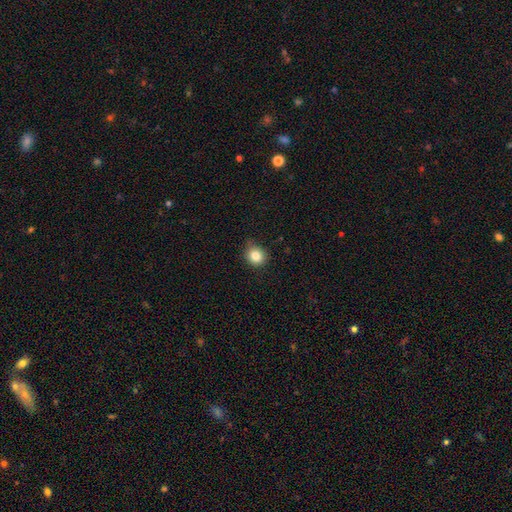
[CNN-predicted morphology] This is clearly a smooth galaxy (84%). How rounded: likely round (78%). Merging: likely none (75%).